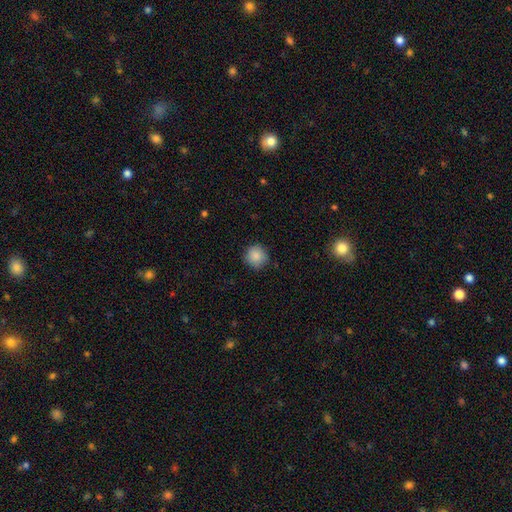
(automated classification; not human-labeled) Smooth or featured? smooth (87%)
How rounded? round (93%)
Merging? none (87%)